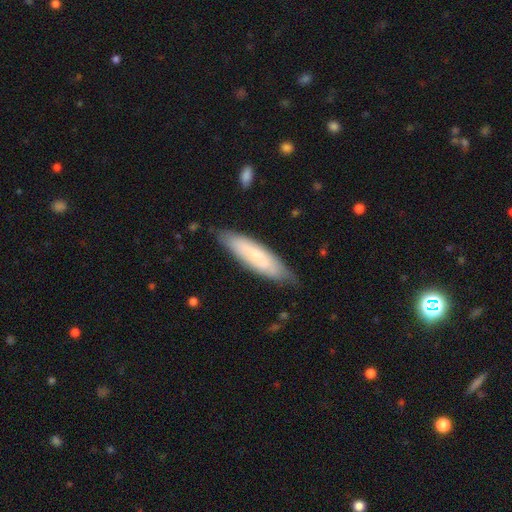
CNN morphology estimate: smooth-or-featured: smooth: 61% | featured or disk: 32% | star or artifact: 6%
  how-rounded: cigar-shaped: 66% | in between: 33% | round: 1%
  merging: none: 77% | minor disturbance: 18% | major disturbance: 3% | merger: 2%